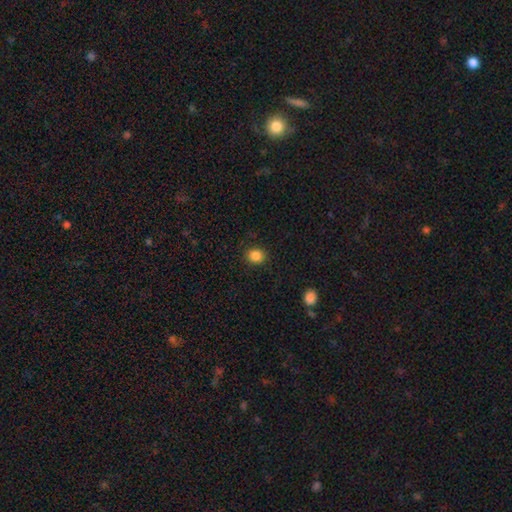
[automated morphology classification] type=smooth (86%); roundness=round (77%); merging=none (89%).